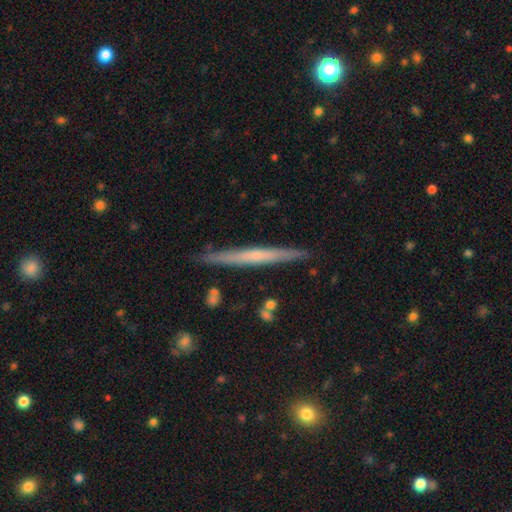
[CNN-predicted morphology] type=featured or disk (57%); edge-on=yes (97%); edge-on bulge=none (60%); merging=none (88%).